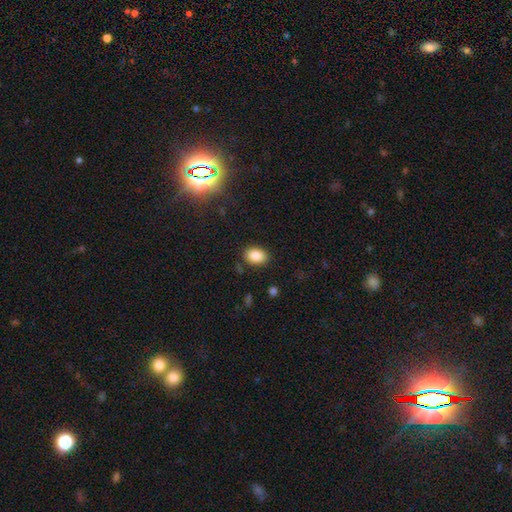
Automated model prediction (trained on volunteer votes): Morphology: type=smooth (87%); roundness=in between (80%); merging=none (86%).